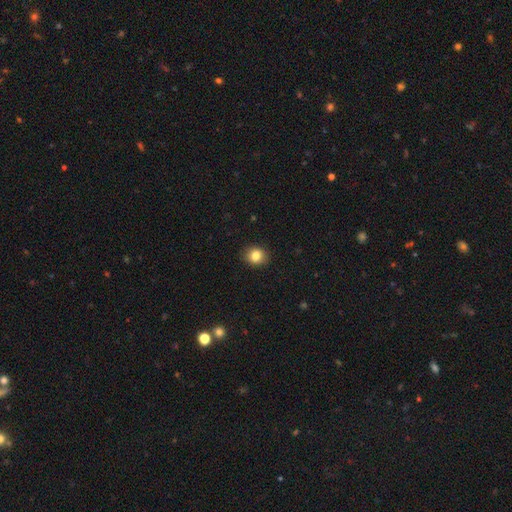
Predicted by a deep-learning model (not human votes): Smooth or featured? smooth (83%)
How rounded? round (71%)
Merging? none (90%)